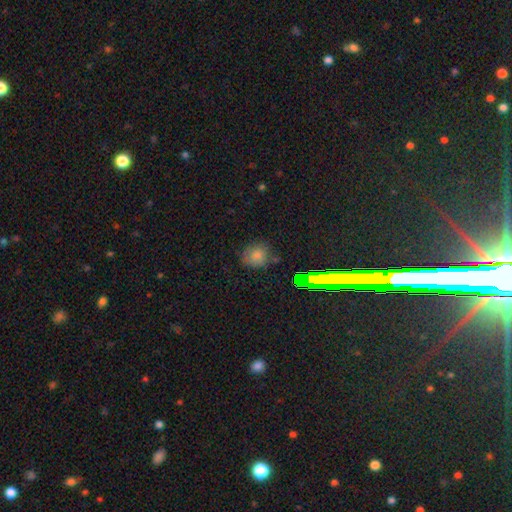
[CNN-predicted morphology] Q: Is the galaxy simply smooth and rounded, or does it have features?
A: smooth — 66%.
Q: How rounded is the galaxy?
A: round — 79%.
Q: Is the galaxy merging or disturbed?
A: none — 76%.